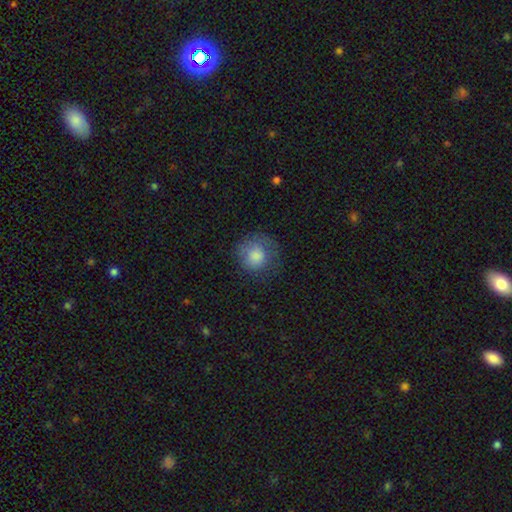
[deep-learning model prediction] smooth-or-featured: smooth: 81% | featured or disk: 10% | star or artifact: 8%
  how-rounded: round: 88% | in between: 11% | cigar-shaped: 1%
  merging: none: 66% | minor disturbance: 22% | major disturbance: 11% | merger: 1%